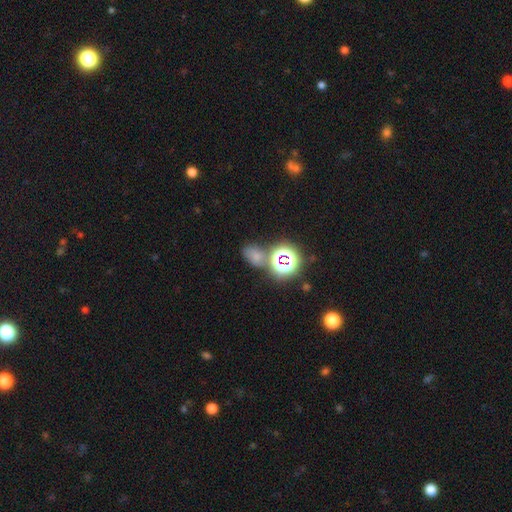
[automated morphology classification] Smooth or featured?
  - smooth: 57% *
  - star or artifact: 34%
  - featured or disk: 9%
How rounded?
  - in between: 67% *
  - round: 31%
  - cigar-shaped: 2%
Merging?
  - none: 55% *
  - merger: 21%
  - minor disturbance: 16%
  - major disturbance: 8%